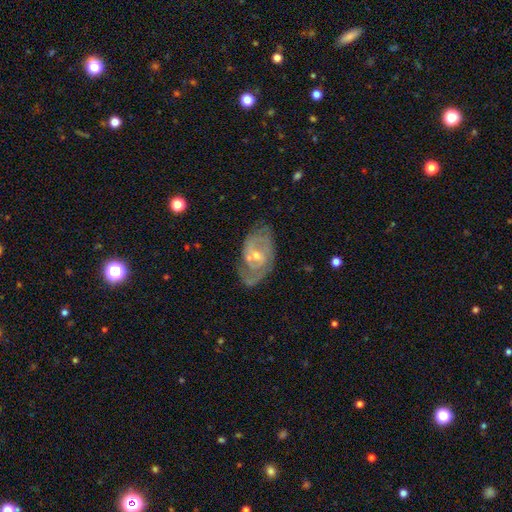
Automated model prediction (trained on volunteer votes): Smooth or featured? featured or disk (80%)
Edge-on disk? no (95%)
Bar? no (45%)
Spiral arms? yes (85%)
Spiral winding? tight (43%)
Spiral arm count? 2 (59%)
Bulge size? small (58%)
Merging? none (60%)